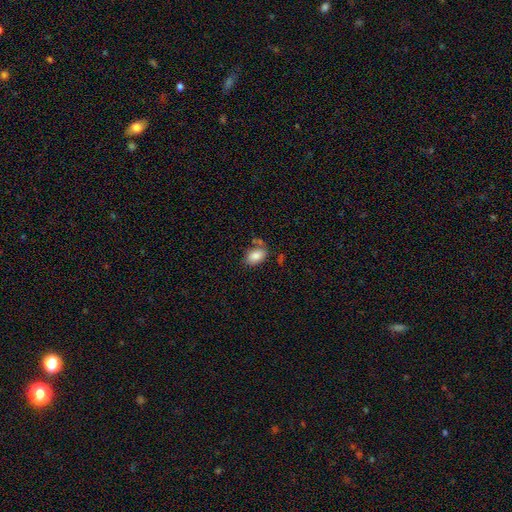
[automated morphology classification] Smooth or featured: smooth — 85% (star or artifact — 8%)
How rounded: in between — 89% (round — 9%)
Merging: none — 66% (minor disturbance — 18%)